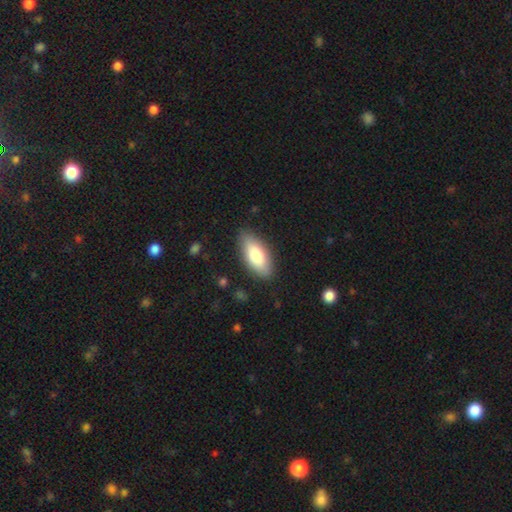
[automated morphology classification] Smooth or featured: smooth — 78% (featured or disk — 16%)
How rounded: in between — 85% (cigar-shaped — 13%)
Merging: none — 86% (minor disturbance — 11%)